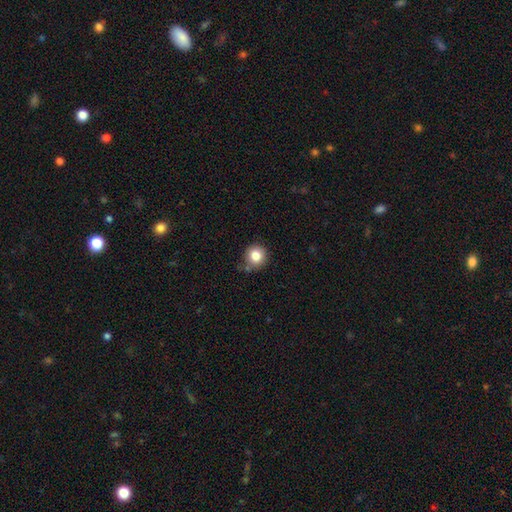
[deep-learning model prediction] smooth_or_featured: smooth (p=0.83) [alt: star or artifact p=0.11]
how_rounded: round (p=0.92) [alt: in between p=0.07]
merging: none (p=0.77) [alt: minor disturbance p=0.16]